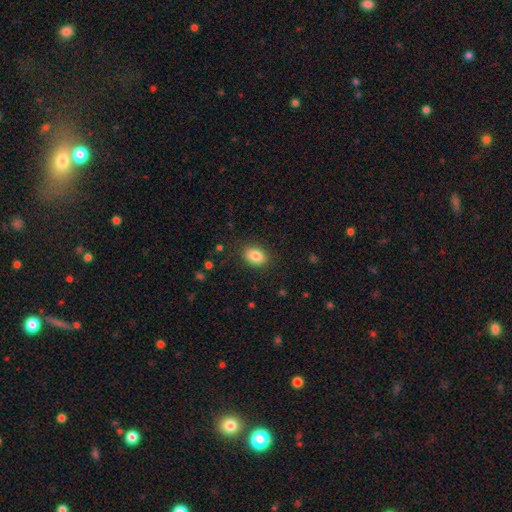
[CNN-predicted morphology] smooth 85%, star or artifact 9%, featured or disk 7%. Down the decision tree: how rounded — in between (76%); merging — none (85%).